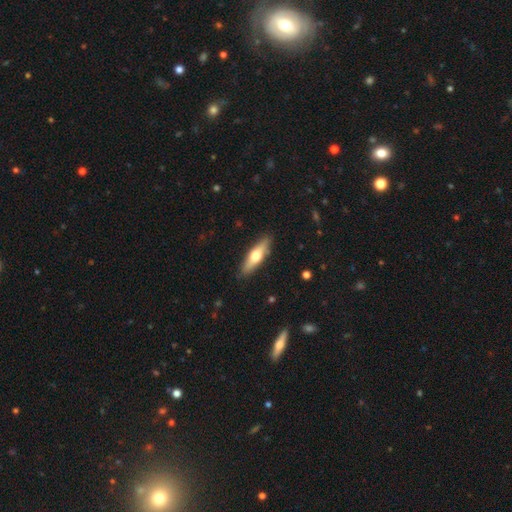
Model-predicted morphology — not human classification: Smooth or featured?
  - smooth: 48% *
  - featured or disk: 46%
  - star or artifact: 5%
Merging?
  - none: 89% *
  - minor disturbance: 8%
  - major disturbance: 2%
  - merger: 1%